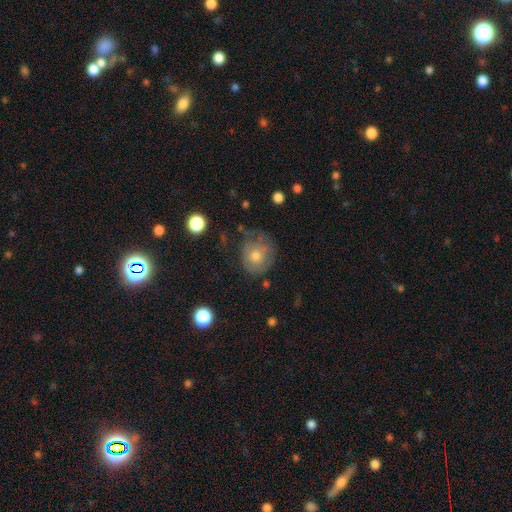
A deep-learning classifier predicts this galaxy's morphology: A smooth galaxy with no disk features (54%) that is round (77%). Merging: none (58%).